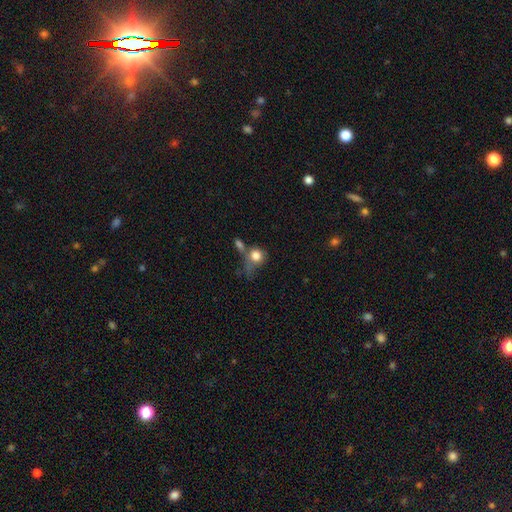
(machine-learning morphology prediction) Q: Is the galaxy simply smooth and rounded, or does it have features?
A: smooth — 77%.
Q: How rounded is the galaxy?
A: round — 73%.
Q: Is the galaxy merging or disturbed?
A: merger — 34%.